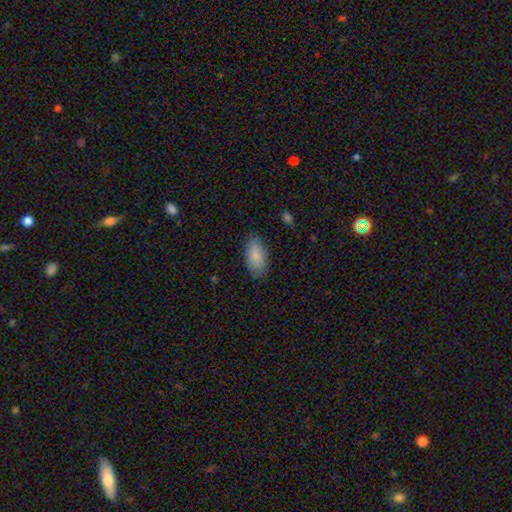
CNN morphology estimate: smooth_or_featured: smooth (p=0.87) [alt: featured or disk p=0.07]
how_rounded: in between (p=0.92) [alt: cigar-shaped p=0.06]
merging: none (p=0.83) [alt: minor disturbance p=0.13]